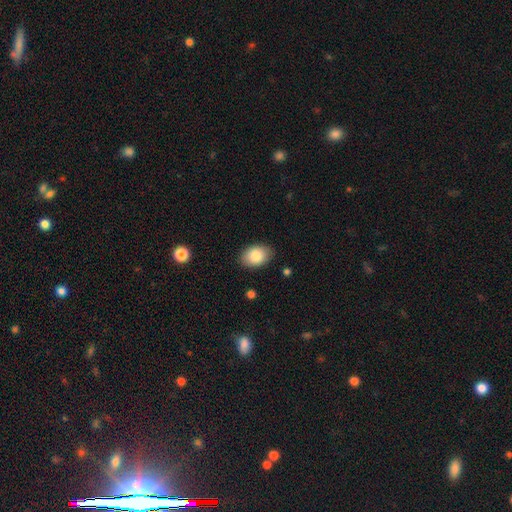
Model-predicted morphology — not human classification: Smooth or featured?
  - smooth: 85% *
  - featured or disk: 8%
  - star or artifact: 7%
How rounded?
  - in between: 84% *
  - round: 15%
  - cigar-shaped: 1%
Merging?
  - none: 86% *
  - minor disturbance: 10%
  - major disturbance: 2%
  - merger: 1%